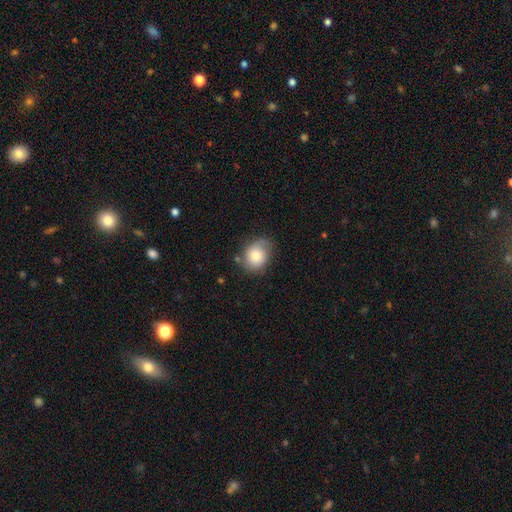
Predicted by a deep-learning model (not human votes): Overall: smooth (76%). How rounded: in between (50%; round 49%). Merging: none (63%; minor disturbance 27%).